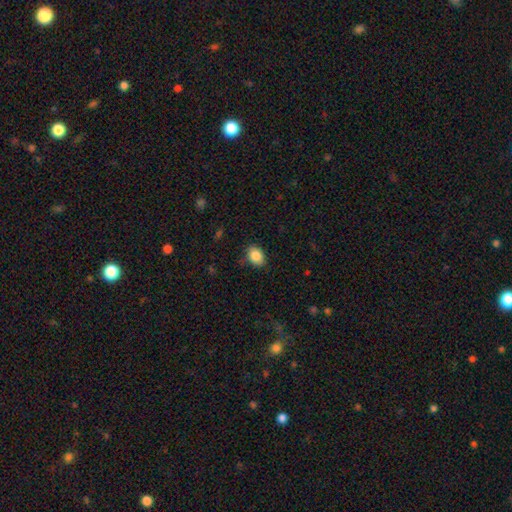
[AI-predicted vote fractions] smooth_or_featured: smooth (p=0.87) [alt: star or artifact p=0.08]
how_rounded: in between (p=0.74) [alt: round p=0.25]
merging: none (p=0.81) [alt: minor disturbance p=0.15]